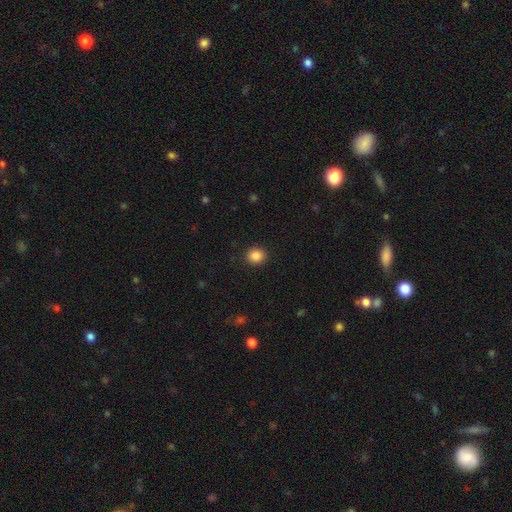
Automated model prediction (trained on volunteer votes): Smooth or featured? smooth (87%)
How rounded? round (80%)
Merging? none (91%)